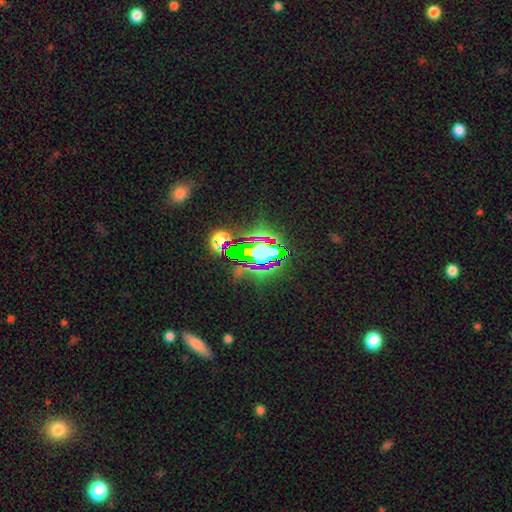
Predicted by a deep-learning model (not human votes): Morphology: type=star or artifact (80%).